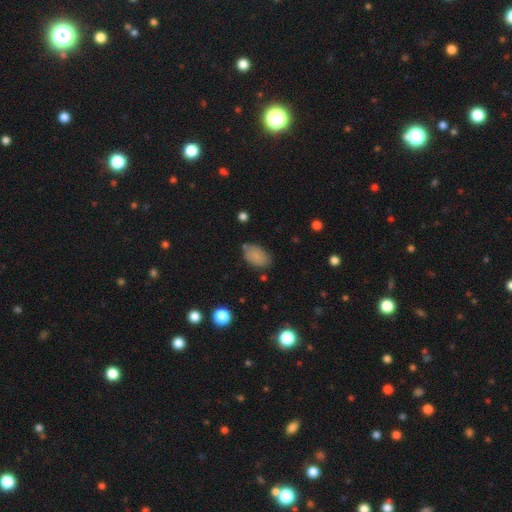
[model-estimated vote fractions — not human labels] Smooth or featured? Predicted: smooth (p=0.83). How rounded? Predicted: in between (p=0.92). Merging? Predicted: none (p=0.70).